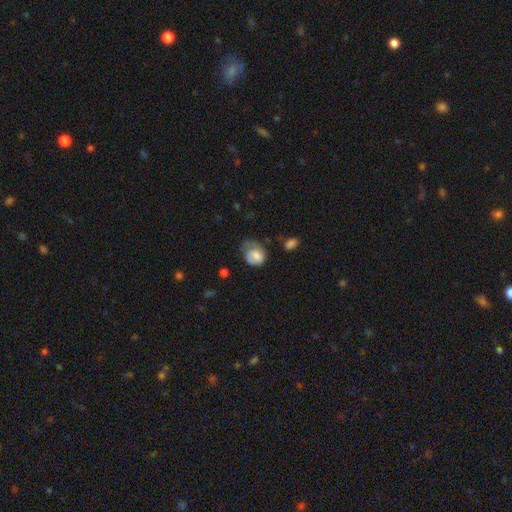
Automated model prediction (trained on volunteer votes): Smooth or featured? Predicted: smooth (p=0.66). How rounded? Predicted: round (p=0.53). Merging? Predicted: none (p=0.34).